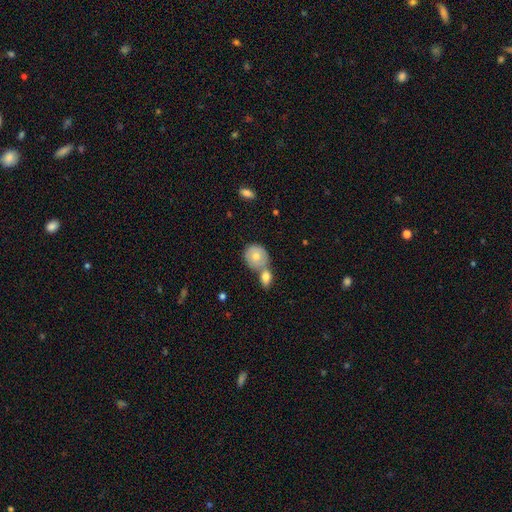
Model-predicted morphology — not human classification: smooth_or_featured: smooth (p=0.72) [alt: featured or disk p=0.22]
how_rounded: round (p=0.78) [alt: in between p=0.20]
merging: merger (p=0.46) [alt: none p=0.40]